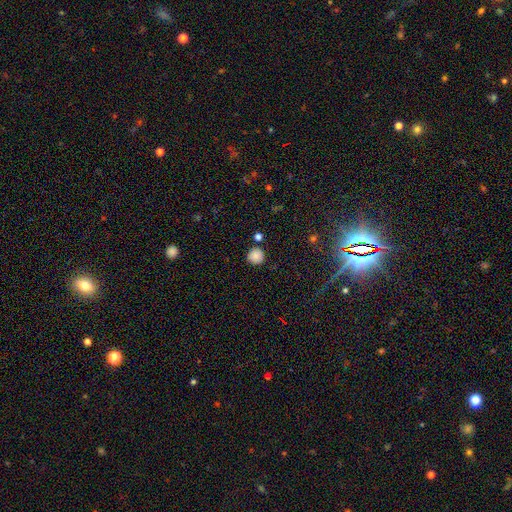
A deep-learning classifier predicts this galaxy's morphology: Overall: smooth (84%). How rounded: round (94%). Merging: none (85%).